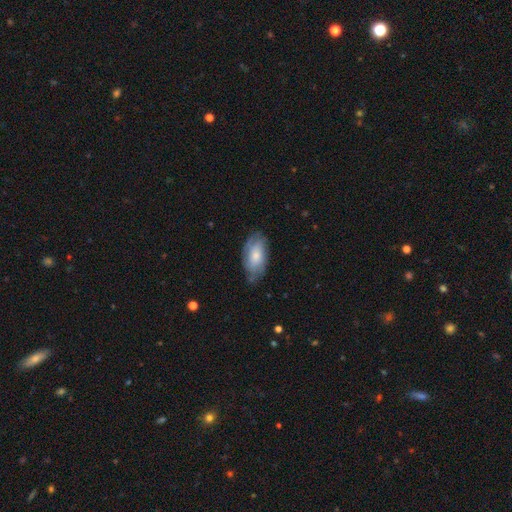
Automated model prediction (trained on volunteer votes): Smooth or featured?
  - smooth: 52% *
  - featured or disk: 41%
  - star or artifact: 7%
How rounded?
  - in between: 91% *
  - cigar-shaped: 5%
  - round: 4%
Merging?
  - none: 66% *
  - minor disturbance: 25%
  - major disturbance: 7%
  - merger: 1%